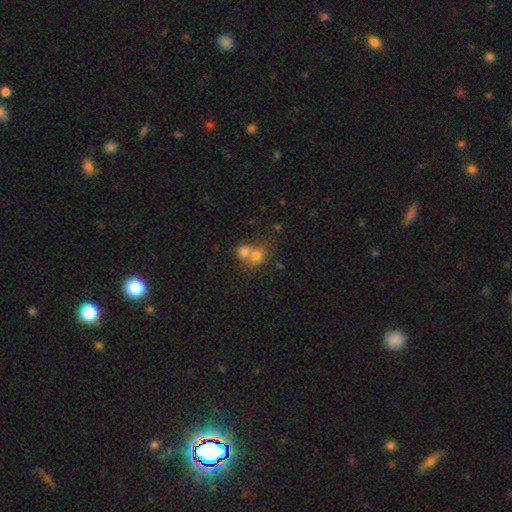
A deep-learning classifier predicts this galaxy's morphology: Smooth or featured?
  - smooth: 72% *
  - featured or disk: 15%
  - star or artifact: 13%
How rounded?
  - round: 69% *
  - in between: 30%
  - cigar-shaped: 1%
Merging?
  - merger: 61% *
  - none: 29%
  - minor disturbance: 7%
  - major disturbance: 4%